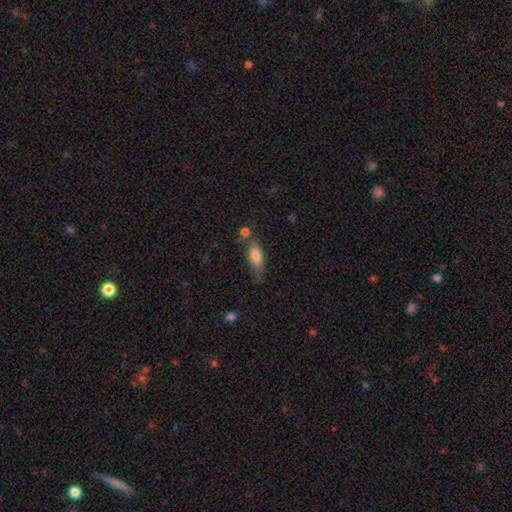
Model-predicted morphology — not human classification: Q: Smooth or featured?
A: smooth (77%); runner-up: featured or disk (15%)
Q: How rounded?
A: in between (72%); runner-up: cigar-shaped (25%)
Q: Merging?
A: none (58%); runner-up: minor disturbance (24%)